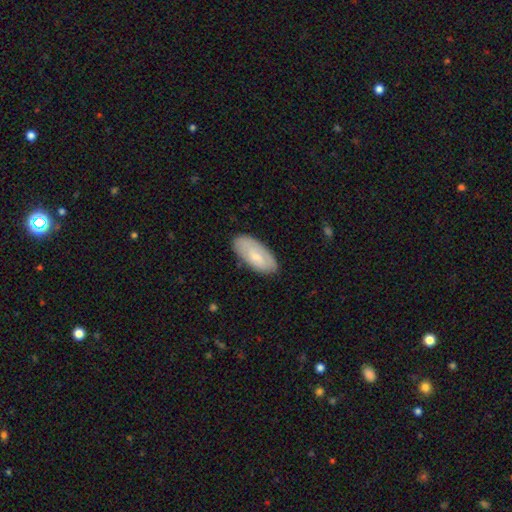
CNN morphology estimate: smooth_or_featured: smooth (p=0.67) [alt: featured or disk p=0.27]
how_rounded: in between (p=0.91) [alt: cigar-shaped p=0.07]
merging: none (p=0.78) [alt: minor disturbance p=0.17]